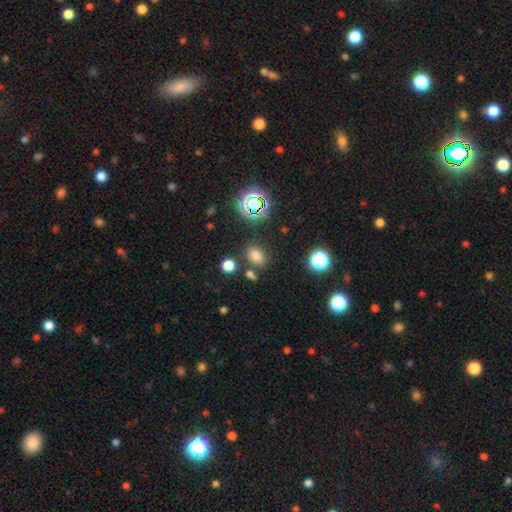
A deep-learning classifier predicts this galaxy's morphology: Smooth or featured? smooth (73%)
How rounded? in between (71%)
Merging? none (77%)